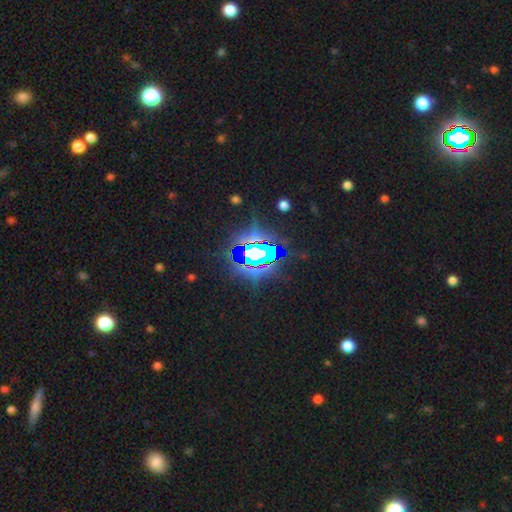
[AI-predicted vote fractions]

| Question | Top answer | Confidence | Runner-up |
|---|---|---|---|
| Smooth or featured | star or artifact | 74% | featured or disk (13%) |